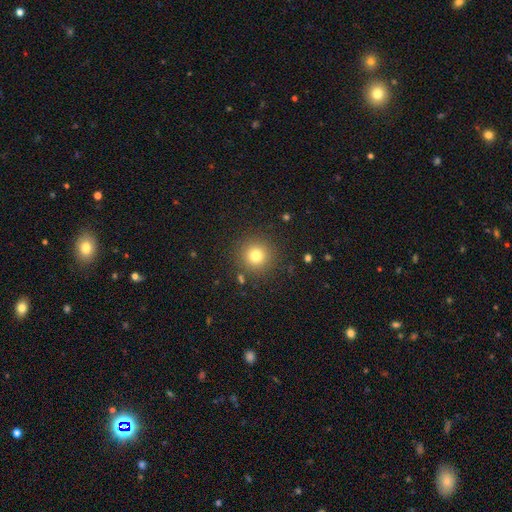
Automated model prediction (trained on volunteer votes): This is likely a smooth galaxy (79%). How rounded: clearly round (95%). Merging: clearly none (89%).